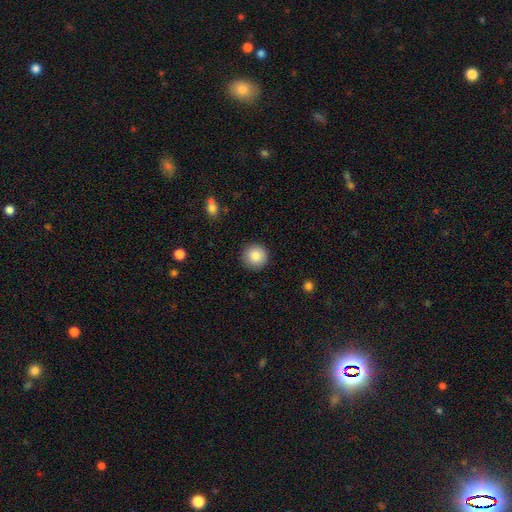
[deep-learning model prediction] The model was most divided on "smooth or featured": smooth: 86%, star or artifact: 8%, featured or disk: 5%. More confident: how rounded — round (95%); merging — none (91%).